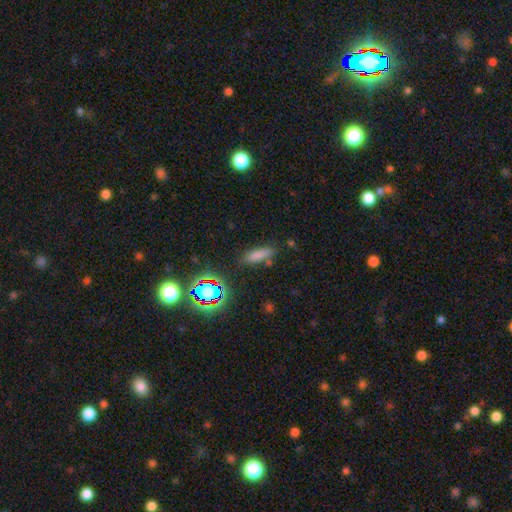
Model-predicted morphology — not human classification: smooth-or-featured: smooth: 71% | star or artifact: 19% | featured or disk: 10%
  how-rounded: in between: 49% | cigar-shaped: 47% | round: 4%
  merging: none: 79% | minor disturbance: 13% | merger: 4% | major disturbance: 4%